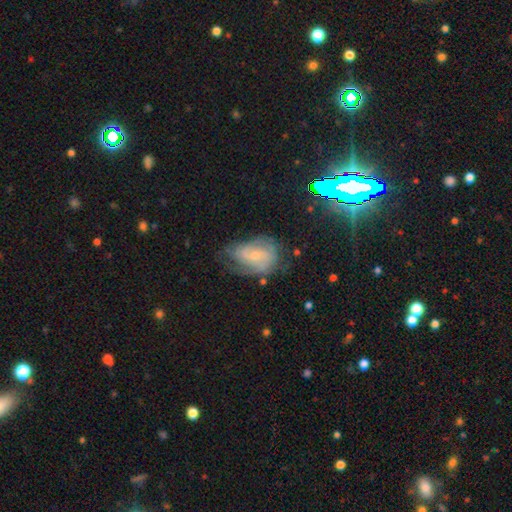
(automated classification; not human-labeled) A featured or disk galaxy (69%) with no bar (55%), tight (44%) spiral arms (87%) and a small central bulge (67%). Merging: none (53%).